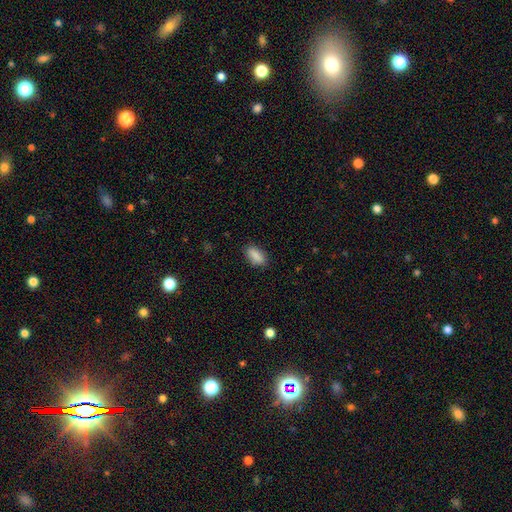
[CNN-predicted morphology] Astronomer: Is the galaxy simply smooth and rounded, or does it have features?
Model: smooth — 88%.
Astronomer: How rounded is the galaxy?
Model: in between — 87%.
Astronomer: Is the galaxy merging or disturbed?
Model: none — 85%.